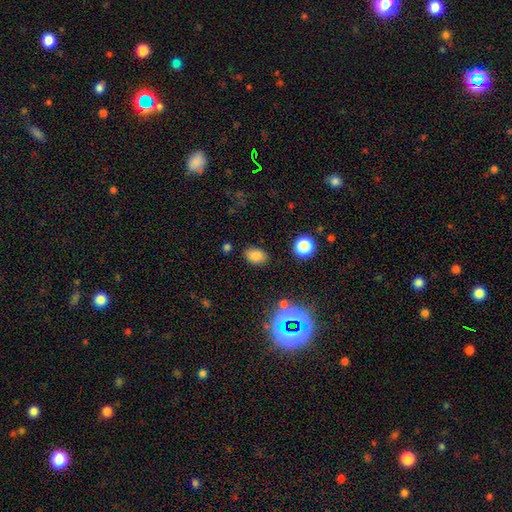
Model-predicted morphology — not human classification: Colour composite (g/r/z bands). It shows a smooth galaxy with no disk features (80%) that is in between round and cigar-shaped (80%). Merging: none (84%).